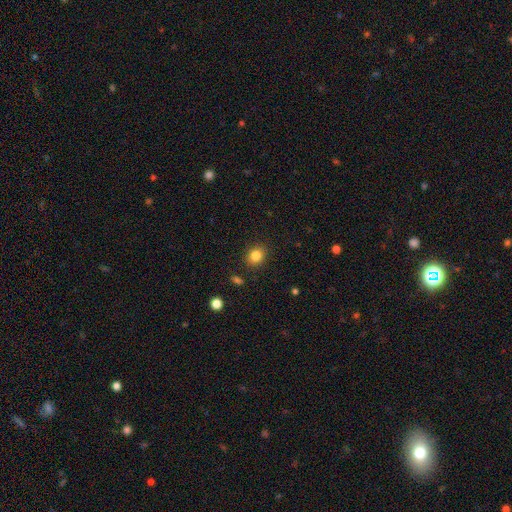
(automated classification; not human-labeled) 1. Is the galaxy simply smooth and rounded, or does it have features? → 83% smooth, 11% star or artifact, 6% featured or disk.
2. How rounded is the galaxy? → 67% round, 32% in between, 1% cigar-shaped.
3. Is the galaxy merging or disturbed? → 88% none, 8% minor disturbance, 2% major disturbance, 2% merger.